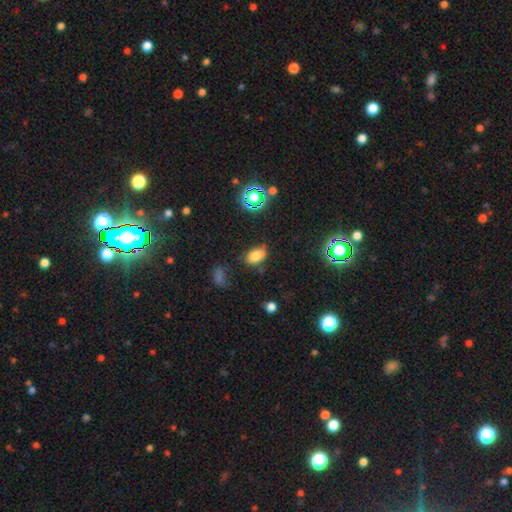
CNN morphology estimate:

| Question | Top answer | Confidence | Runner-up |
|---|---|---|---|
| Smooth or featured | smooth | 74% | star or artifact (17%) |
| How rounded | in between | 88% | round (9%) |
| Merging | none | 69% | minor disturbance (20%) |